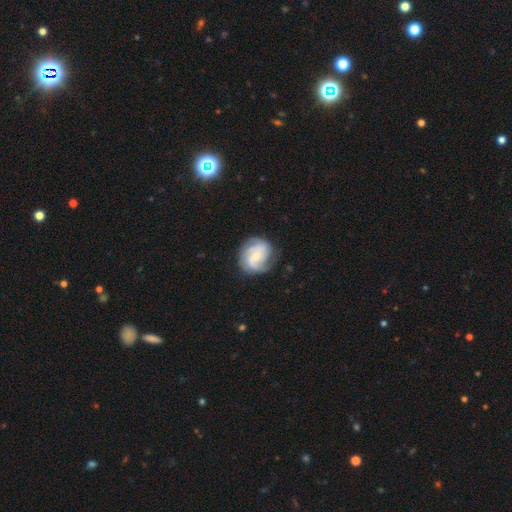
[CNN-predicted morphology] This appears to be a featured or disk galaxy (75%) with no bar (46%), 2 (43%) medium (45%) spiral arms (95%) and a small central bulge (61%). Merging: none (72%).